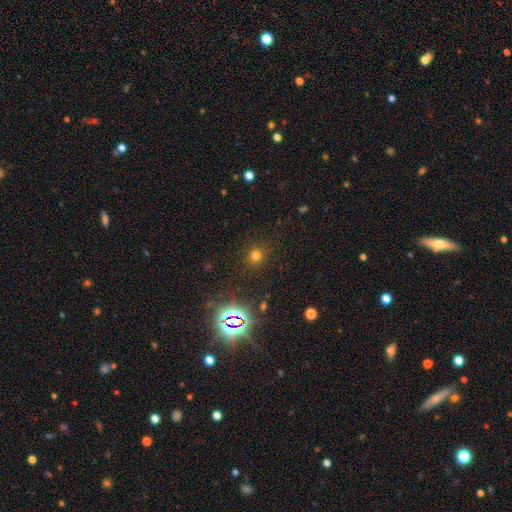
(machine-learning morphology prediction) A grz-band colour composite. It shows a smooth galaxy with no disk features (69%) that is round (91%). Merging: none (89%).